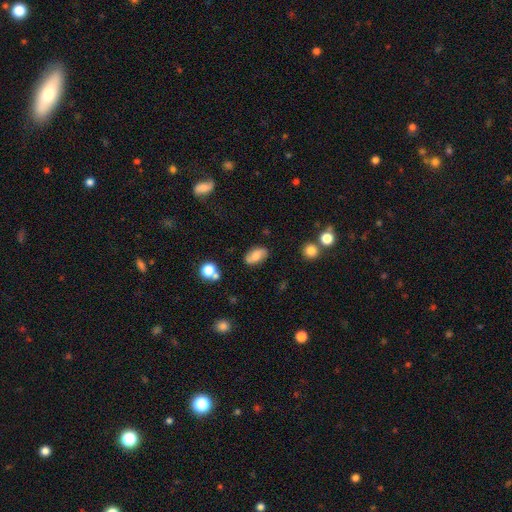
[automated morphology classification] A smooth galaxy with no disk features (60%) that is in between round and cigar-shaped (90%).

Vote fractions:
- Smooth or featured? smooth: 60% / featured or disk: 31% / star or artifact: 9%
- How rounded? in between: 90% / round: 7% / cigar-shaped: 4%
- Merging? none: 81% / minor disturbance: 13% / major disturbance: 3% / merger: 3%